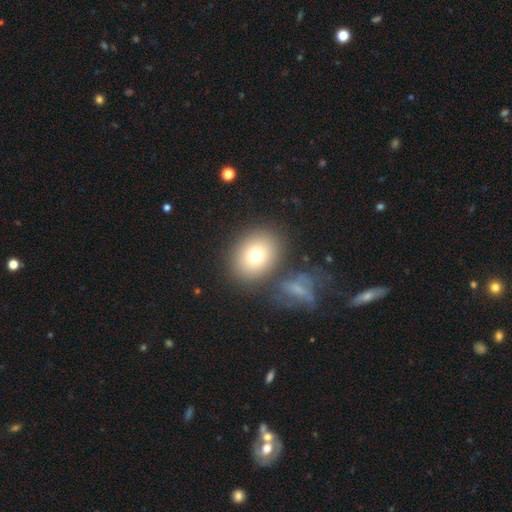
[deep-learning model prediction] Smooth or featured?
  - smooth: 75% *
  - featured or disk: 14%
  - star or artifact: 11%
How rounded?
  - round: 55% *
  - in between: 44%
  - cigar-shaped: 1%
Merging?
  - none: 73% *
  - merger: 12%
  - minor disturbance: 10%
  - major disturbance: 5%